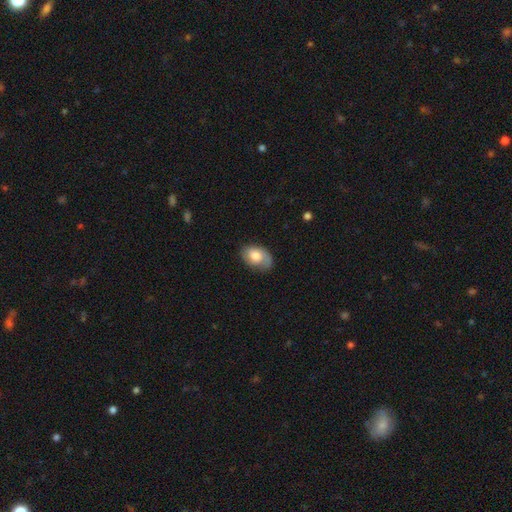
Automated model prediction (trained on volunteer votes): A smooth galaxy with no disk features (58%) that is in between round and cigar-shaped (83%). Merging: none (59%).